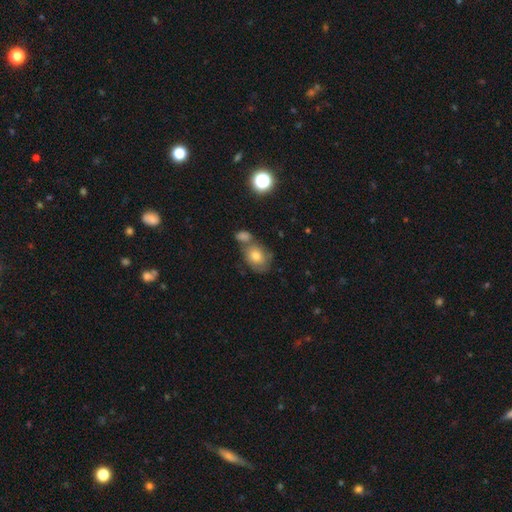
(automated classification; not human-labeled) Smooth or featured: smooth — 69% (featured or disk — 19%)
How rounded: in between — 57% (round — 42%)
Merging: none — 44% (merger — 34%)